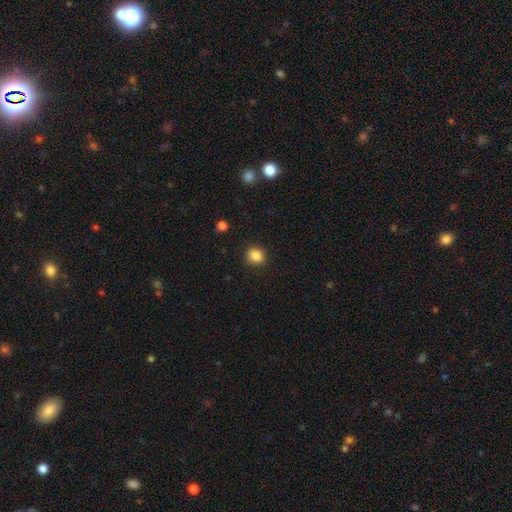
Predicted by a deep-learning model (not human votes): Smooth or featured: smooth — 86% (star or artifact — 10%)
How rounded: round — 79% (in between — 20%)
Merging: none — 87% (minor disturbance — 9%)